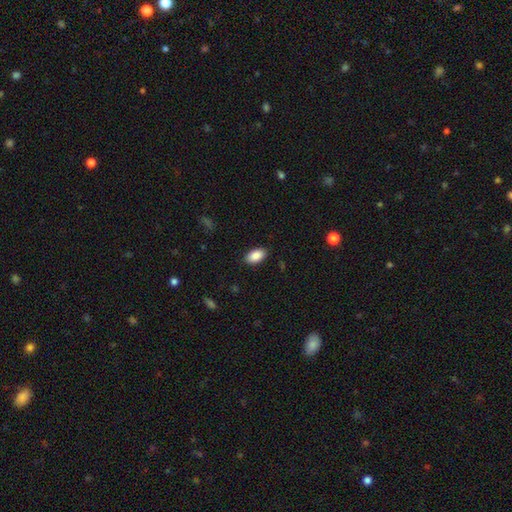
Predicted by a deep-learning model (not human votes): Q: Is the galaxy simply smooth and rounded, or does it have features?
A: smooth — 89%.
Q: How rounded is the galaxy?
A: in between — 94%.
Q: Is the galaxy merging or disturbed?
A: none — 87%.